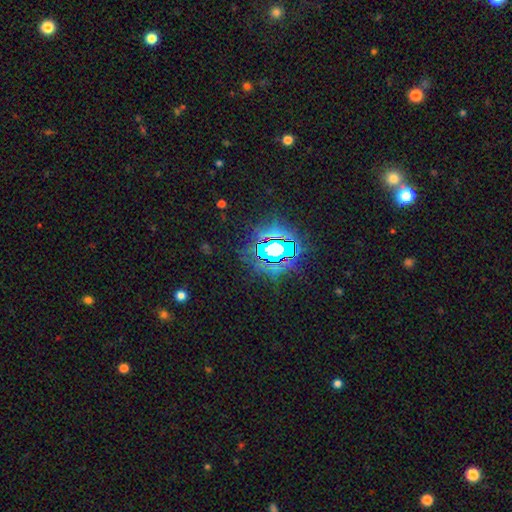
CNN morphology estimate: This appears to be a star or artifact, not a galaxy (83%).